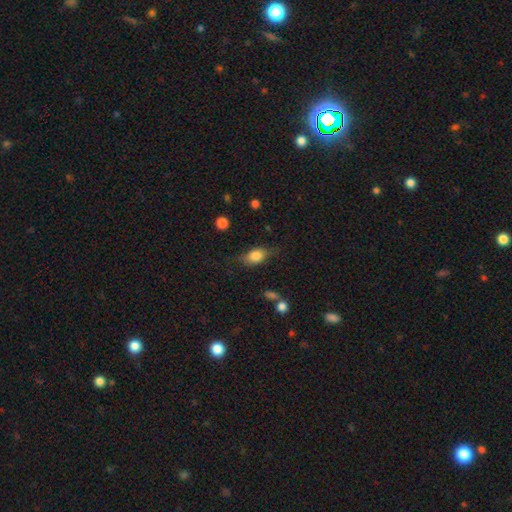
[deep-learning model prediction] Smooth or featured? Predicted: smooth (p=0.76). How rounded? Predicted: in between (p=0.81). Merging? Predicted: none (p=0.66).